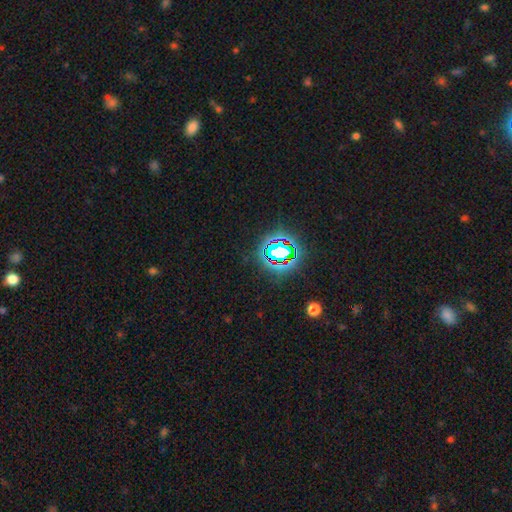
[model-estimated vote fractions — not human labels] smooth-or-featured: star or artifact: 79% | smooth: 13% | featured or disk: 8%